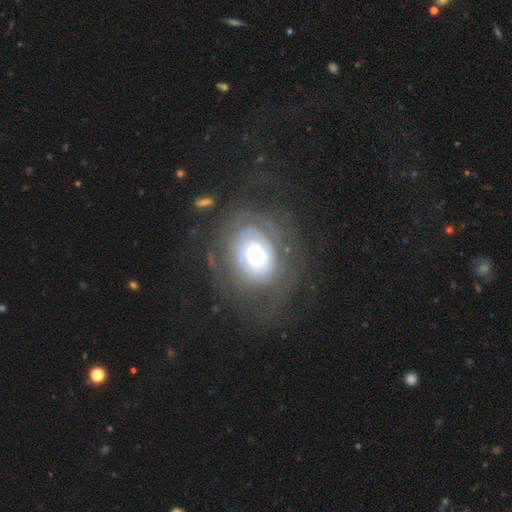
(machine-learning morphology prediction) Smooth or featured: featured or disk — 81% (smooth — 13%)
Edge-on disk: no — 96% (yes — 4%)
Bar: no — 74% (weak — 18%)
Spiral arms: yes — 81% (no — 19%)
Spiral winding: tight — 74% (medium — 18%)
Spiral arm count: can't tell — 40% (2 — 25%)
Bulge size: moderate — 55% (large — 33%)
Merging: none — 66% (minor disturbance — 17%)